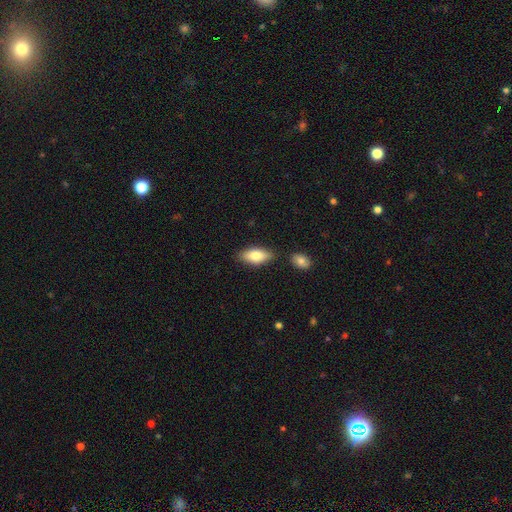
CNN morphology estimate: Overall: smooth (78%). How rounded: in between (85%). Merging: none (80%).